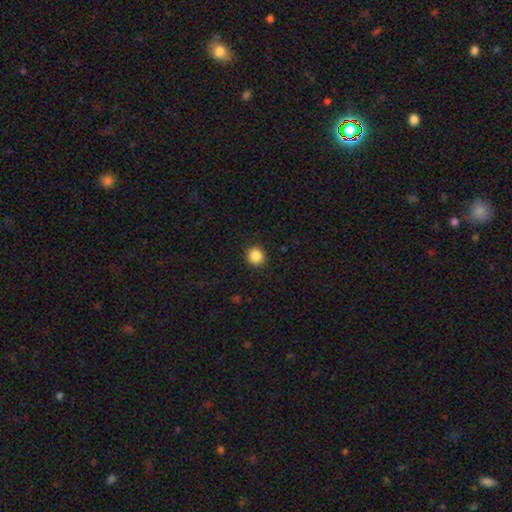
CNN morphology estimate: smooth-or-featured: smooth: 87% | star or artifact: 10% | featured or disk: 3%
  how-rounded: round: 91% | in between: 8% | cigar-shaped: 1%
  merging: none: 92% | minor disturbance: 6% | major disturbance: 2% | merger: 1%